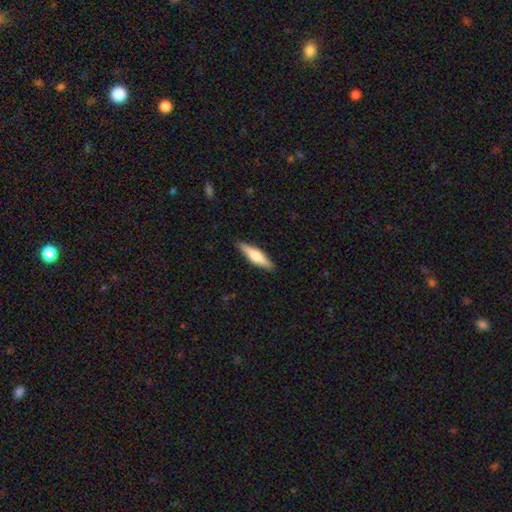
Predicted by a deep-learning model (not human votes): The model was most divided on "smooth or featured": smooth: 54%, featured or disk: 40%, star or artifact: 5%. More confident: merging — none (89%); how rounded — cigar-shaped (73%).